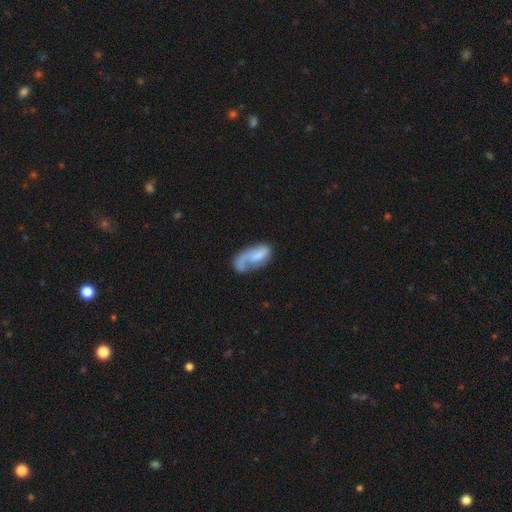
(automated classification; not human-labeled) The model was most divided on "merging": none: 35%, major disturbance: 33%, minor disturbance: 23%, merger: 8%. Remaining: smooth or featured — smooth (48%).